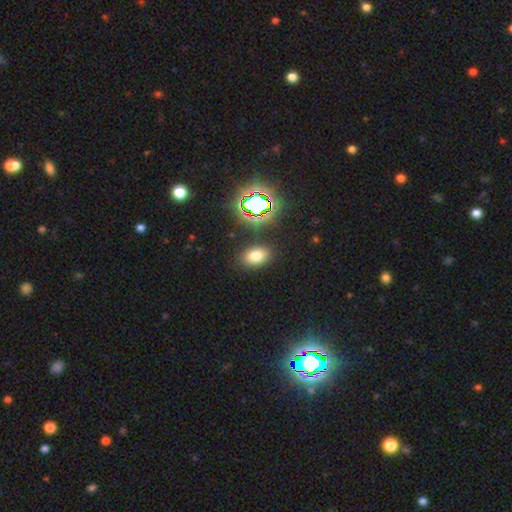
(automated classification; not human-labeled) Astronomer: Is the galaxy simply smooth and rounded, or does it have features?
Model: smooth — 72%.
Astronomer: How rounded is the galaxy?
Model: in between — 83%.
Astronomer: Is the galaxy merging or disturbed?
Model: none — 86%.